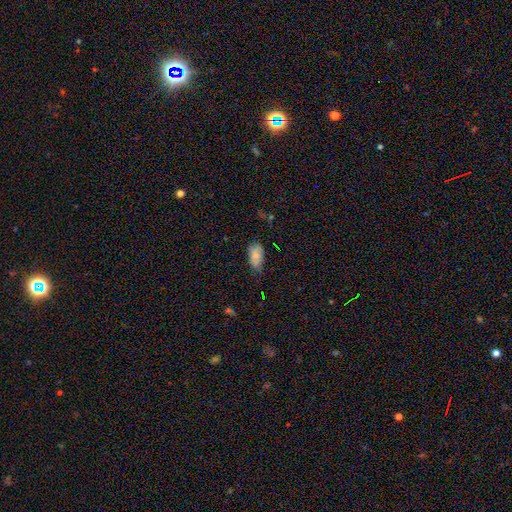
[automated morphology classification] Smooth or featured? smooth (81%)
How rounded? in between (93%)
Merging? none (61%)